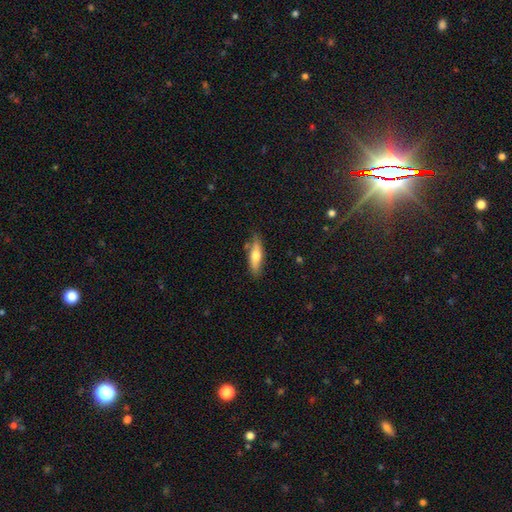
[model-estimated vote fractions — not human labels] A smooth galaxy with no disk features (61%) that is cigar-shaped (58%).

Vote fractions:
- Smooth or featured? smooth: 61% / featured or disk: 33% / star or artifact: 6%
- How rounded? cigar-shaped: 58% / in between: 39% / round: 2%
- Merging? none: 77% / minor disturbance: 16% / merger: 4% / major disturbance: 3%